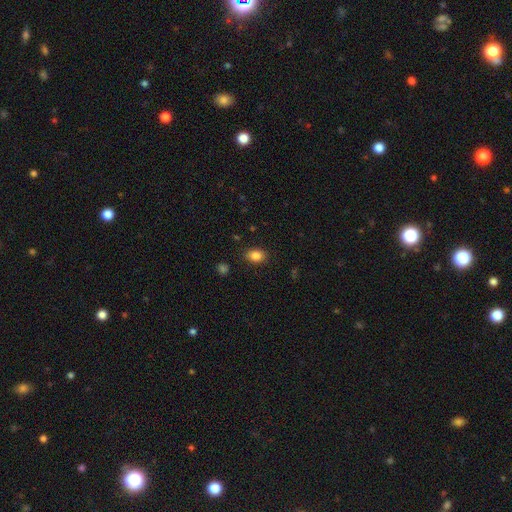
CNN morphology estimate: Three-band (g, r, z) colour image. It shows a smooth galaxy with no disk features (85%) that is in between round and cigar-shaped (77%). Merging: none (86%).